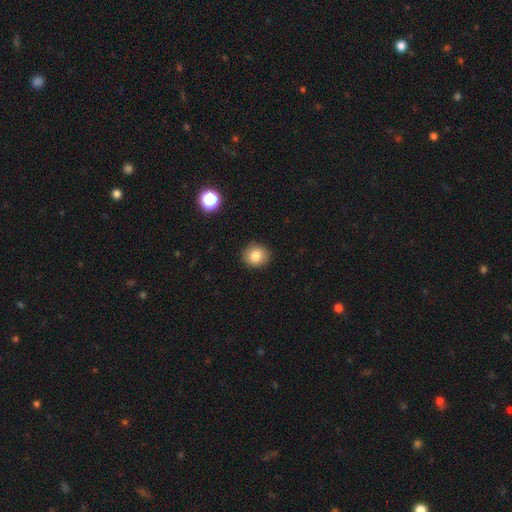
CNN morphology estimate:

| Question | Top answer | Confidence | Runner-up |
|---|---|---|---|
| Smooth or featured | smooth | 82% | star or artifact (10%) |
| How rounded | round | 85% | in between (14%) |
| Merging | none | 91% | minor disturbance (7%) |